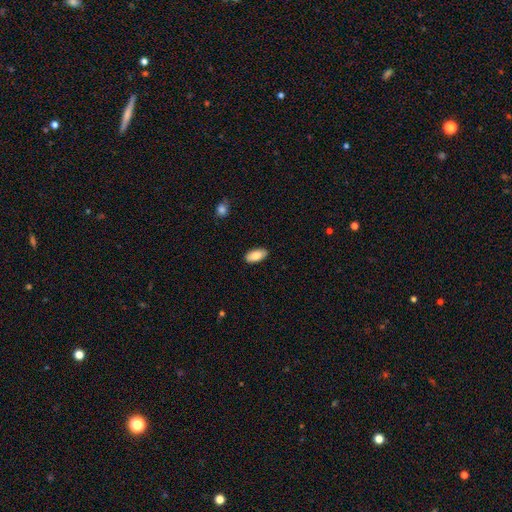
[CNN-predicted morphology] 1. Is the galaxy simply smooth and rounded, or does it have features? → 86% smooth, 8% featured or disk, 6% star or artifact.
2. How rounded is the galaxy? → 92% in between, 6% cigar-shaped, 2% round.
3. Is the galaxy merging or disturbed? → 88% none, 9% minor disturbance, 2% major disturbance, 1% merger.